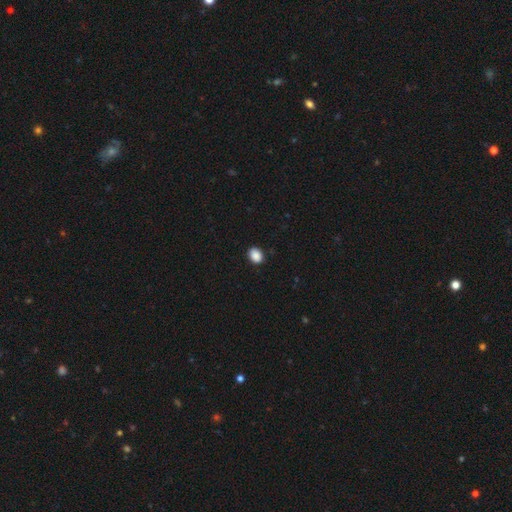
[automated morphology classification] Smooth or featured: smooth — 89% (star or artifact — 8%)
How rounded: in between — 60% (round — 39%)
Merging: none — 88% (minor disturbance — 9%)